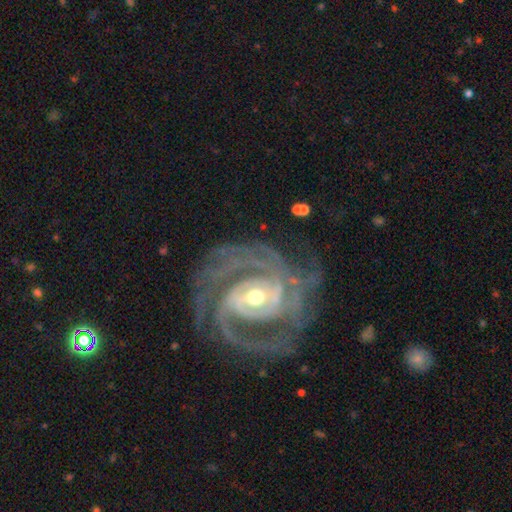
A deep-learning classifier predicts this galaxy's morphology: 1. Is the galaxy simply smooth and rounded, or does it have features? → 91% featured or disk, 5% star or artifact, 3% smooth.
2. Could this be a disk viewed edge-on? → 97% no, 3% yes.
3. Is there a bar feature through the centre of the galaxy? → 34% weak, 33% strong, 32% no.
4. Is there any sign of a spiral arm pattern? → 98% yes, 2% no.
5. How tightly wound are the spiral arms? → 72% tight, 25% medium, 3% loose.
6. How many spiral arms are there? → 38% 2, 28% 3, 13% can't tell, 10% 4, 6% more than 4, 6% 1.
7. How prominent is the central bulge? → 54% small, 43% moderate, 2% large, 1% none, 1% dominant.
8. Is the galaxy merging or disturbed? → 76% none, 15% minor disturbance, 8% major disturbance, 2% merger.